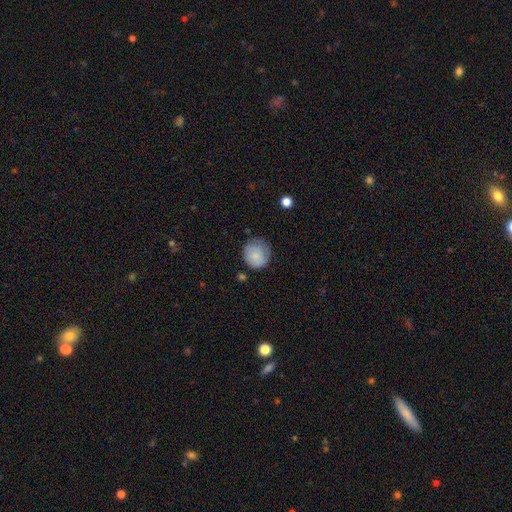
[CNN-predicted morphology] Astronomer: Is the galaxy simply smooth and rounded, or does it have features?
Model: smooth — 82%.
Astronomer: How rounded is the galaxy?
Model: round — 87%.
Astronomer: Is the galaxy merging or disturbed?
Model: none — 64%.